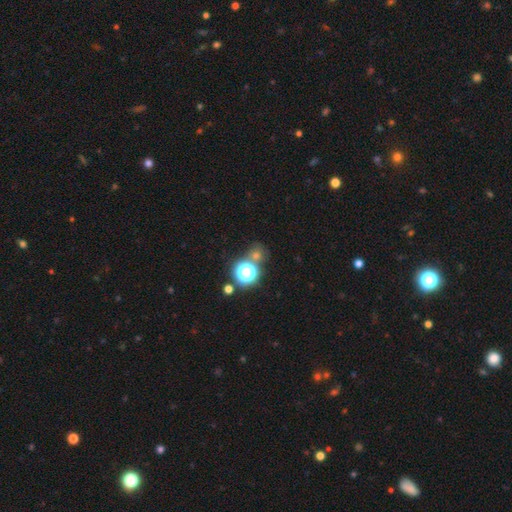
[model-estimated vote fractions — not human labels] Smooth or featured? star or artifact (50%)